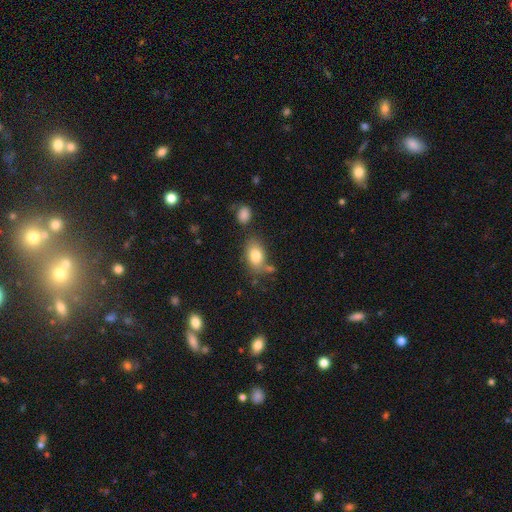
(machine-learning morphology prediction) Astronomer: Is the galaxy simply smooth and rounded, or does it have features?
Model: smooth — 80%.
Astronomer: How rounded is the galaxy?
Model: in between — 85%.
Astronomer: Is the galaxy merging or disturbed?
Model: none — 65%.